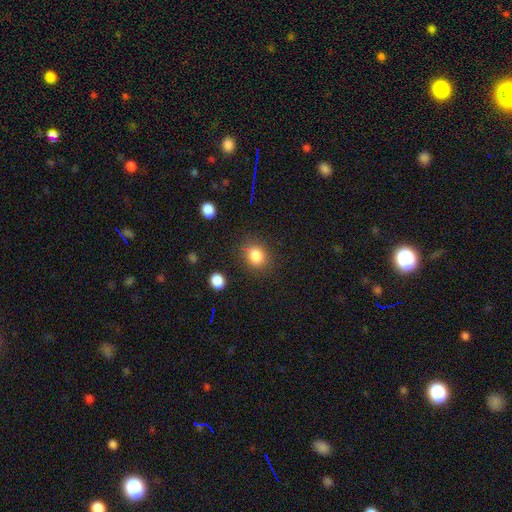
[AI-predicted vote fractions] A smooth galaxy with no disk features (84%) that is round (64%).

Vote fractions:
- Smooth or featured? smooth: 84% / star or artifact: 10% / featured or disk: 6%
- How rounded? round: 64% / in between: 35% / cigar-shaped: 1%
- Merging? none: 81% / minor disturbance: 12% / major disturbance: 4% / merger: 2%